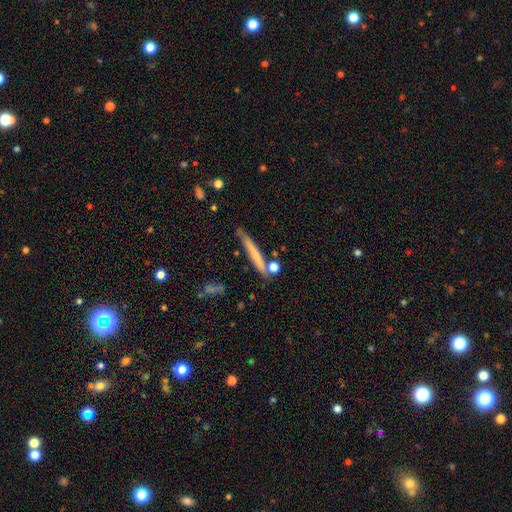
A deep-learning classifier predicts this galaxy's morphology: This appears to be a smooth galaxy with no disk features (60%) that is cigar-shaped (94%). Merging: none (73%).